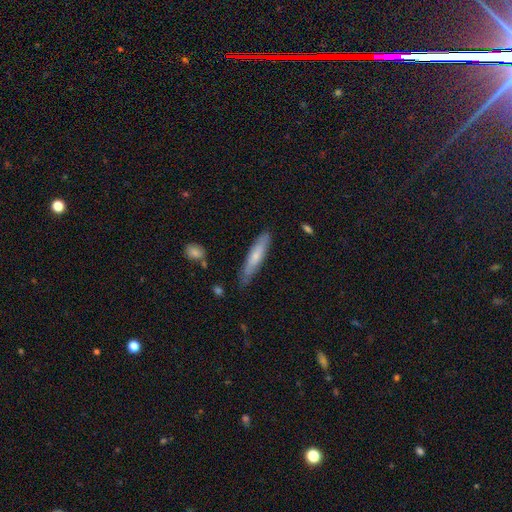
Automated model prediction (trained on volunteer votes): The model was most divided on "smooth or featured": smooth: 61%, featured or disk: 33%, star or artifact: 6%. More confident: how rounded — cigar-shaped (85%); merging — none (77%).